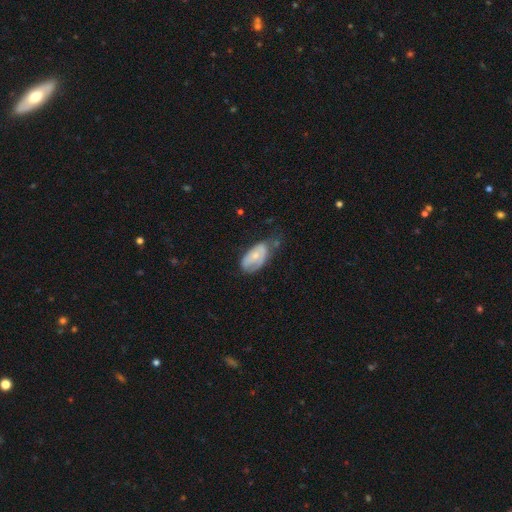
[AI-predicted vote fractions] Overall: smooth (52%; featured or disk 41%). How rounded: in between (92%). Merging: minor disturbance (39%; none 37%).